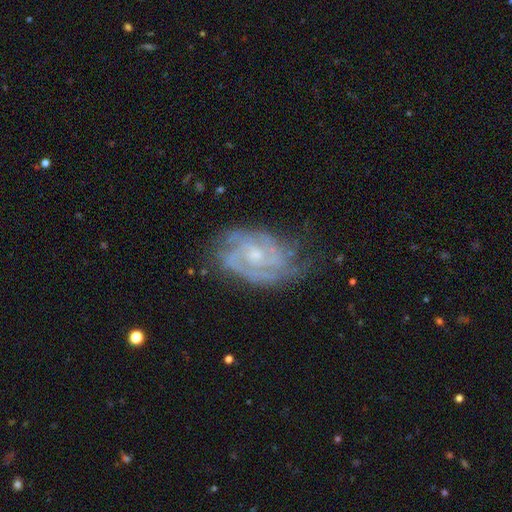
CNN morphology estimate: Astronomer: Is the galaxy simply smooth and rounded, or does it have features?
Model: featured or disk — 87%.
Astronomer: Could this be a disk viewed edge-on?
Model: no — 97%.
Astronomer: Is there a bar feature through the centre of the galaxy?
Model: no — 62%.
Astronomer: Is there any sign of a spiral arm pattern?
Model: yes — 96%.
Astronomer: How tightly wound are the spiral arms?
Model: tight — 60%.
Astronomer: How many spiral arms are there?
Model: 2 — 40% (runner-up: 3, 23%).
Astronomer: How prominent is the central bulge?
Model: small — 55% (runner-up: moderate, 37%).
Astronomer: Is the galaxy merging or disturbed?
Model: none — 65%.